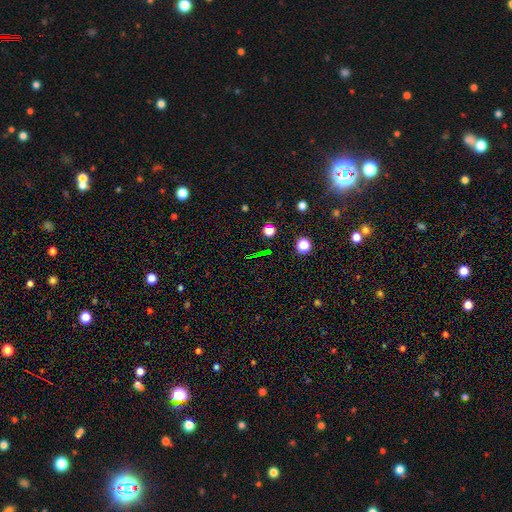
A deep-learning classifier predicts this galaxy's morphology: Smooth or featured? star or artifact (67%)